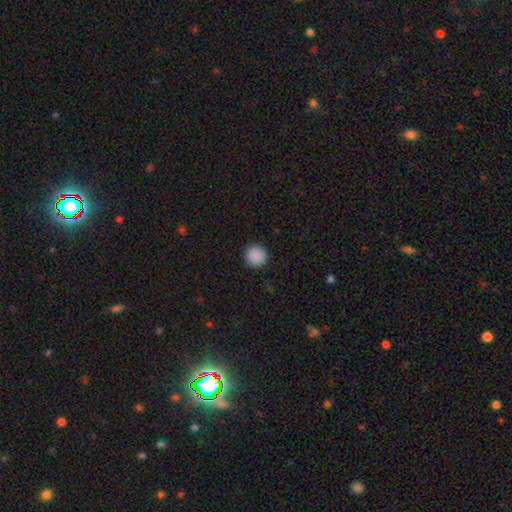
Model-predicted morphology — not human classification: This is clearly a smooth galaxy (90%). How rounded: clearly round (95%). Merging: clearly none (93%).